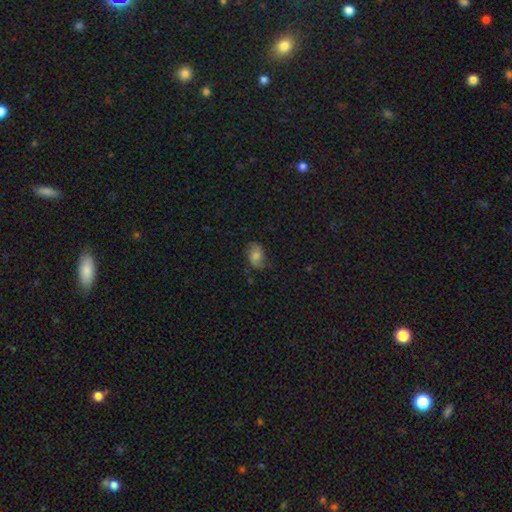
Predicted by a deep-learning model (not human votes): smooth 60%, featured or disk 30%, star or artifact 10%. Down the decision tree: how rounded — in between (80%); merging — none (72%).